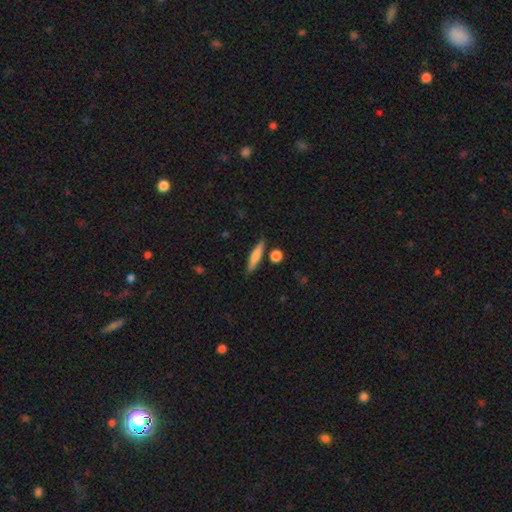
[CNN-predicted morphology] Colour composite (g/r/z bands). It shows a smooth galaxy with no disk features (71%) that is cigar-shaped (83%). Merging: none (82%).